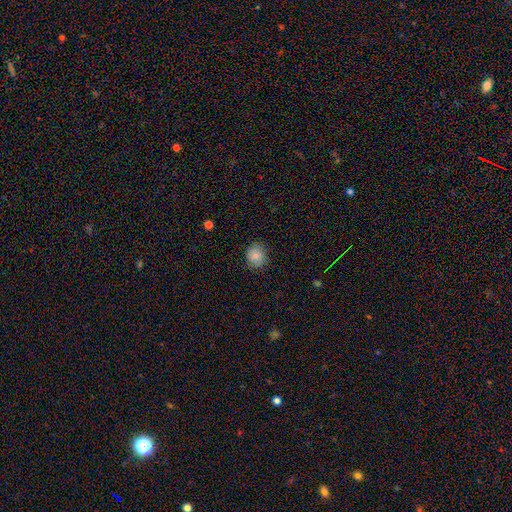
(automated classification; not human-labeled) Smooth or featured?
  - smooth: 81% *
  - featured or disk: 10%
  - star or artifact: 9%
How rounded?
  - round: 74% *
  - in between: 25%
  - cigar-shaped: 1%
Merging?
  - none: 82% *
  - minor disturbance: 14%
  - major disturbance: 3%
  - merger: 1%